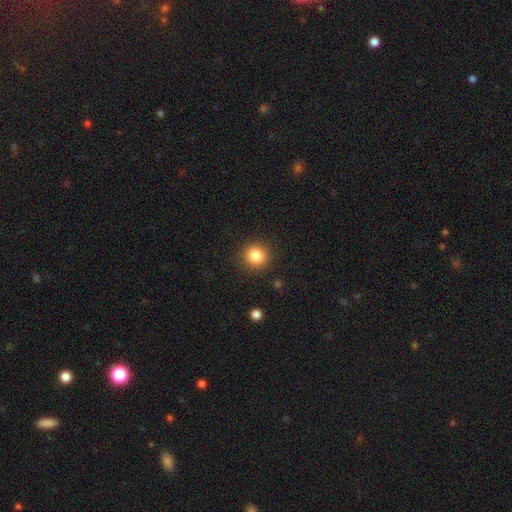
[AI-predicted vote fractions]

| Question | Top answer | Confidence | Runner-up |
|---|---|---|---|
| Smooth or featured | smooth | 84% | star or artifact (11%) |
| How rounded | round | 91% | in between (8%) |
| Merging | none | 90% | minor disturbance (7%) |